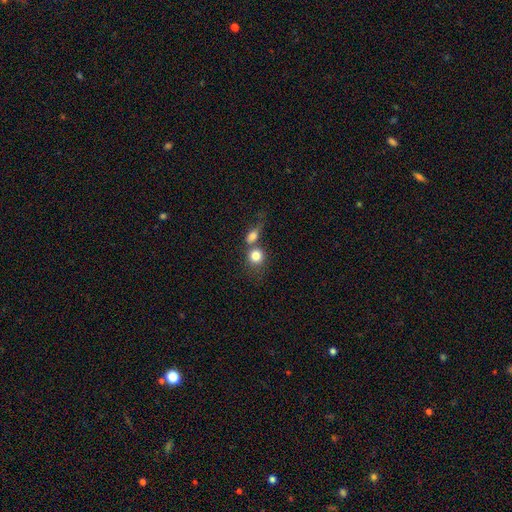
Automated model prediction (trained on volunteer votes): Overall: smooth (80%). How rounded: round (79%). Merging: merger (54%; none 33%).